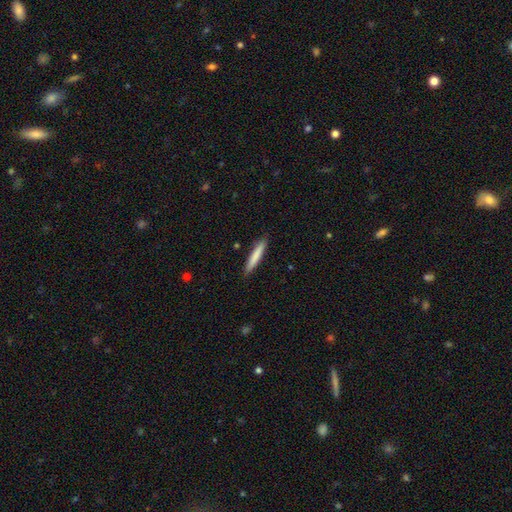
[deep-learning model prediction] Smooth or featured? Predicted: smooth (p=0.79). How rounded? Predicted: cigar-shaped (p=0.94). Merging? Predicted: none (p=0.89).